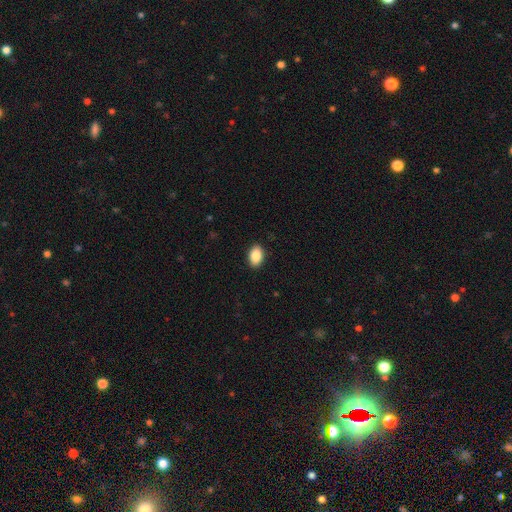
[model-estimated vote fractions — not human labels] Overall: smooth (88%). How rounded: in between (87%). Merging: none (91%).